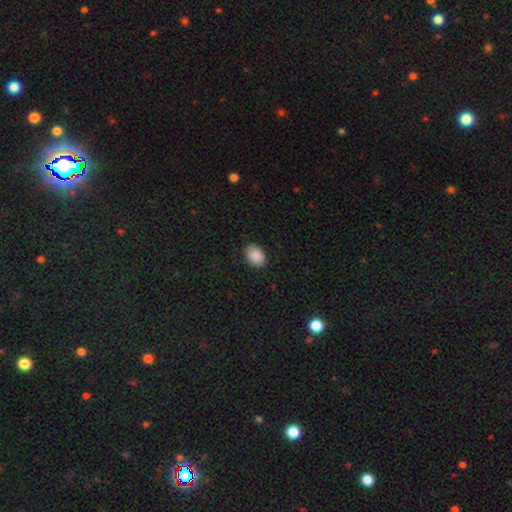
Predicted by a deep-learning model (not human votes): Q: Smooth or featured?
A: smooth (88%); runner-up: star or artifact (7%)
Q: How rounded?
A: in between (80%); runner-up: round (19%)
Q: Merging?
A: none (85%); runner-up: minor disturbance (11%)